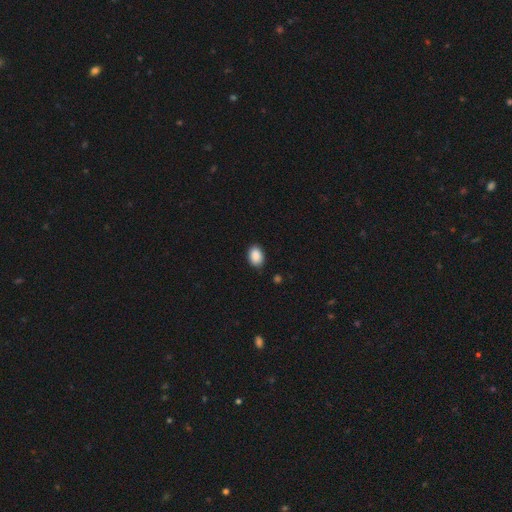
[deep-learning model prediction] This is clearly a smooth galaxy (89%). How rounded: clearly in between (82%). Merging: clearly none (83%).